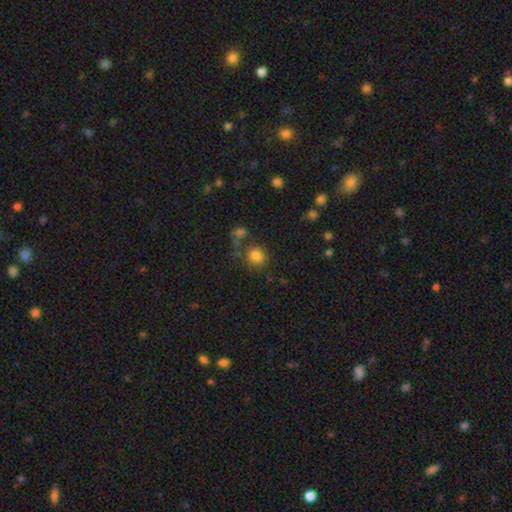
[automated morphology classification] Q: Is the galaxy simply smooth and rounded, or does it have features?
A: smooth — 80%.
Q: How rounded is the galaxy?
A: round — 61%.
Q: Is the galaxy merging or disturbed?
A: none — 60%.